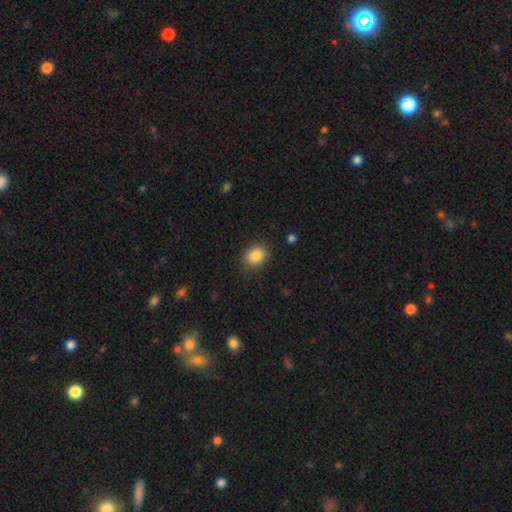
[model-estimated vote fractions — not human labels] Overall: smooth (85%). How rounded: round (51%; in between 48%). Merging: none (87%).